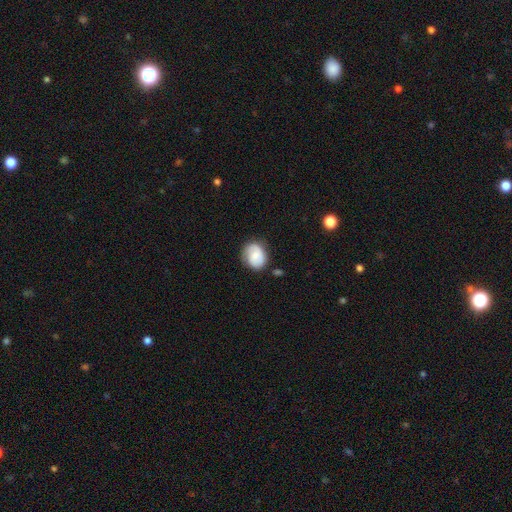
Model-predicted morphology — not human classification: Q: Smooth or featured?
A: smooth (57%); runner-up: featured or disk (35%)
Q: How rounded?
A: round (52%); runner-up: in between (47%)
Q: Merging?
A: none (69%); runner-up: minor disturbance (23%)